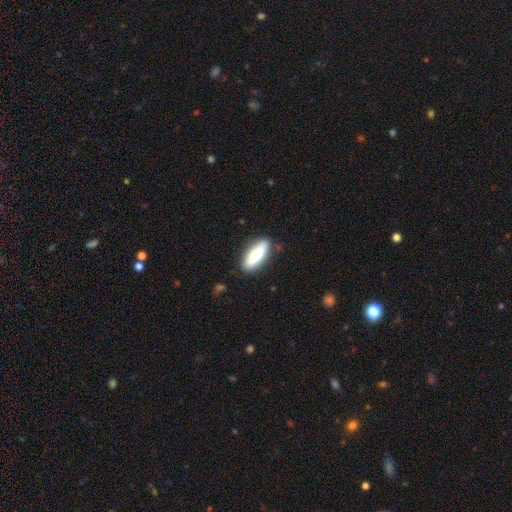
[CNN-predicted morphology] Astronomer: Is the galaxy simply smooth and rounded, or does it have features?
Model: smooth — 74%.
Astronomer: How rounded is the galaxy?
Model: in between — 63%.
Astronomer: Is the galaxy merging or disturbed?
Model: none — 86%.